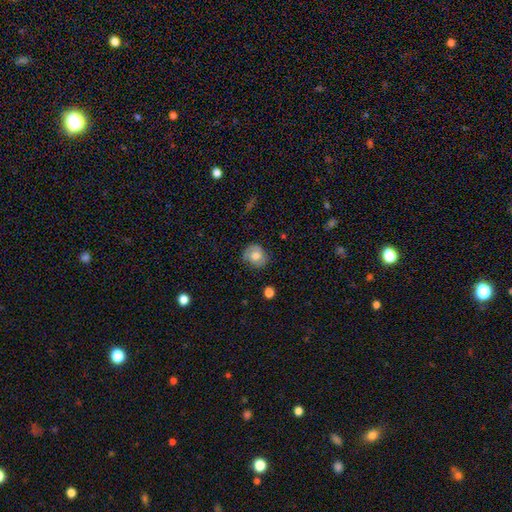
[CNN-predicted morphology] Smooth or featured? smooth (66%)
How rounded? round (72%)
Merging? none (75%)